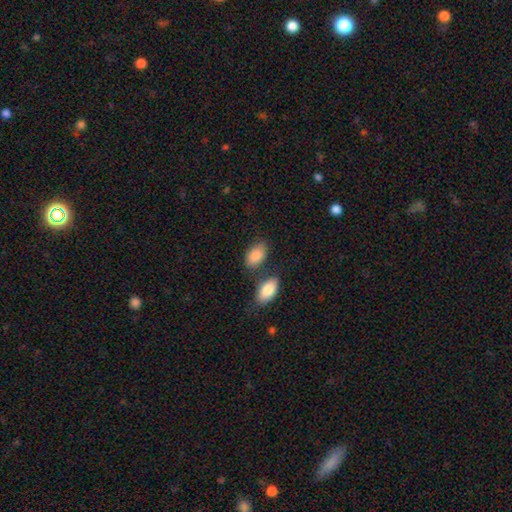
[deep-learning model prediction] Smooth or featured: smooth — 87% (star or artifact — 6%)
How rounded: in between — 93% (round — 6%)
Merging: none — 64% (minor disturbance — 16%)